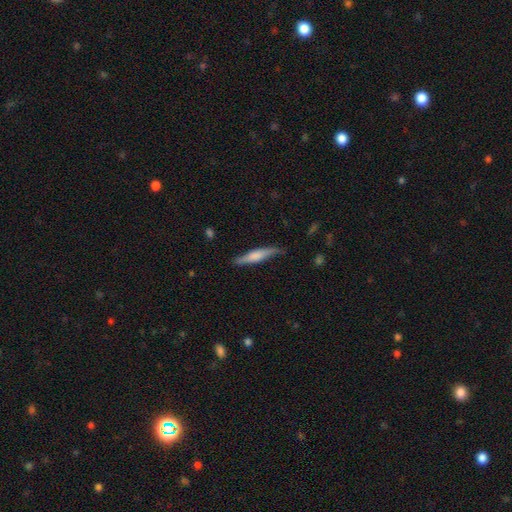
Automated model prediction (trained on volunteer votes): This appears to be a smooth galaxy with no disk features (55%) that is cigar-shaped (87%). Merging: none (78%).